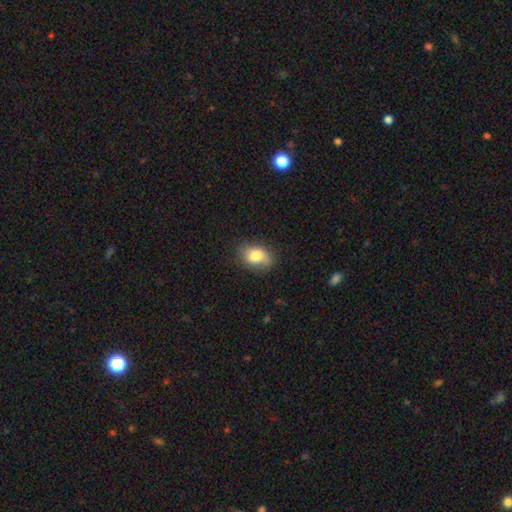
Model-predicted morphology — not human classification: Smooth or featured? Predicted: smooth (p=0.80). How rounded? Predicted: in between (p=0.80). Merging? Predicted: none (p=0.72).